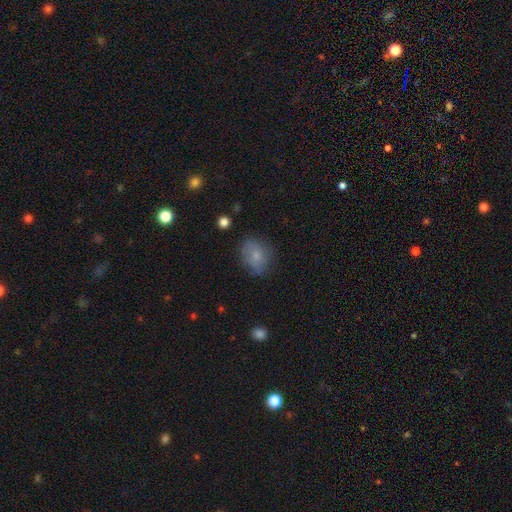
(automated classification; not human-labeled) Smooth or featured?
  - smooth: 75% *
  - featured or disk: 16%
  - star or artifact: 9%
How rounded?
  - round: 53% *
  - in between: 46%
  - cigar-shaped: 1%
Merging?
  - none: 69% *
  - minor disturbance: 22%
  - major disturbance: 7%
  - merger: 2%